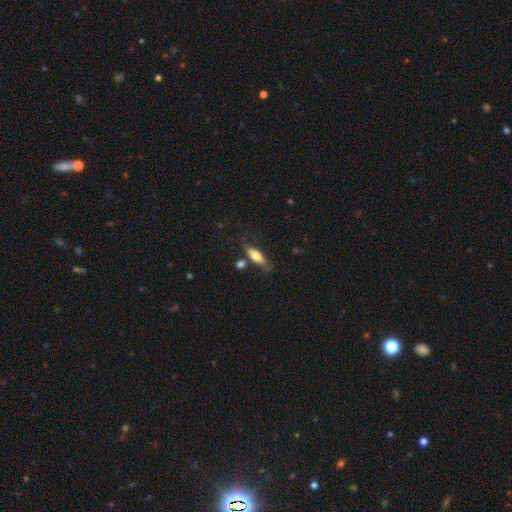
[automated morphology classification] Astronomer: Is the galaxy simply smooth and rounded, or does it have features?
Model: smooth — 60%.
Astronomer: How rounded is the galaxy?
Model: cigar-shaped — 49% (runner-up: in between, 48%).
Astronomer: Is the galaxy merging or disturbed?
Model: none — 65%.